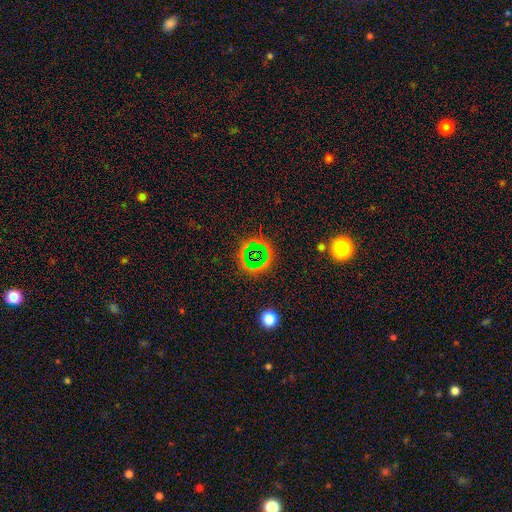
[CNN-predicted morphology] Smooth or featured? star or artifact (65%)